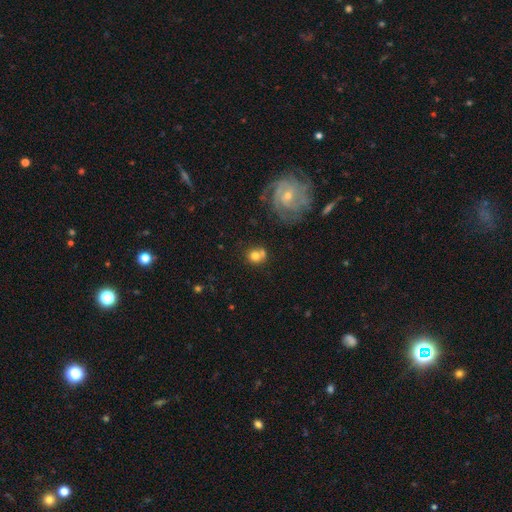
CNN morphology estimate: Smooth or featured: smooth — 69% (featured or disk — 20%)
How rounded: round — 82% (in between — 17%)
Merging: none — 53% (merger — 28%)